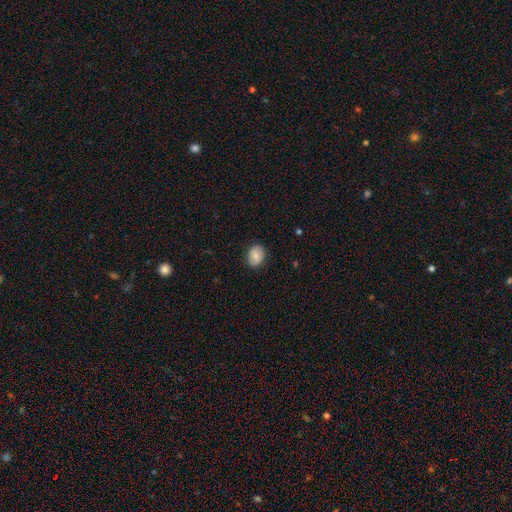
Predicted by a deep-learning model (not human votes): smooth_or_featured: smooth (p=0.76) [alt: featured or disk p=0.16]
how_rounded: in between (p=0.52) [alt: round p=0.47]
merging: none (p=0.85) [alt: minor disturbance p=0.11]